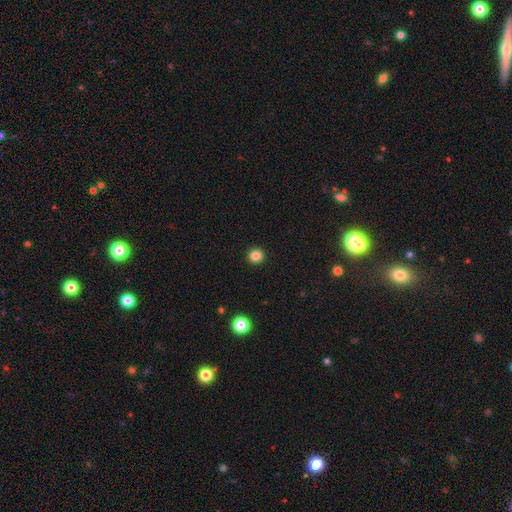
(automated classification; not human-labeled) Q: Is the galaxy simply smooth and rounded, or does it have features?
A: smooth — 84%.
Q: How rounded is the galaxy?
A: round — 95%.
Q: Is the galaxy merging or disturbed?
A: none — 93%.